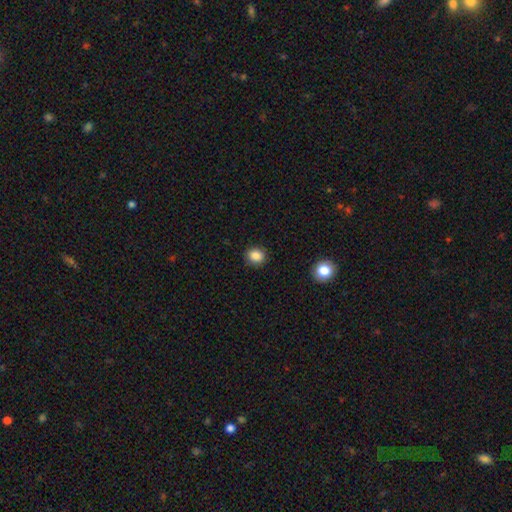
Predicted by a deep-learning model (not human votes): The model was most divided on "how rounded": round: 72%, in between: 27%, cigar-shaped: 1%. More confident: merging — none (90%); smooth or featured — smooth (86%).